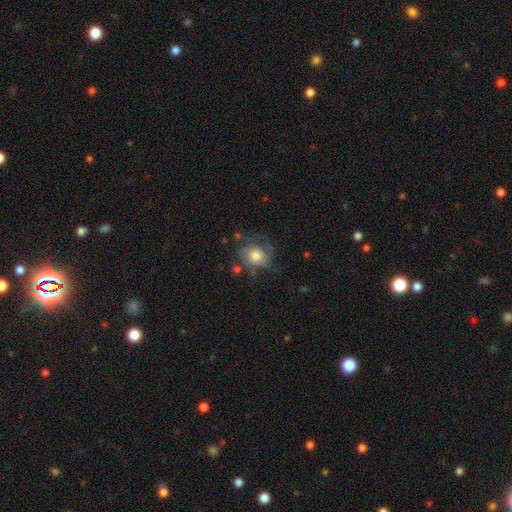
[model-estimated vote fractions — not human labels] smooth_or_featured: smooth (p=0.53) [alt: featured or disk p=0.38]
how_rounded: round (p=0.78) [alt: in between p=0.21]
merging: none (p=0.54) [alt: minor disturbance p=0.24]